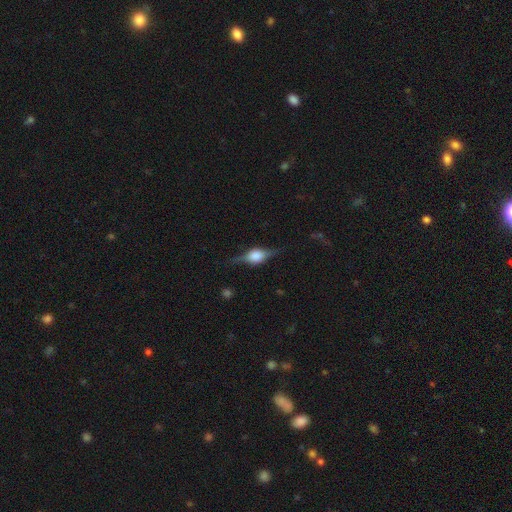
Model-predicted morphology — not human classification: smooth-or-featured: featured or disk: 77% | smooth: 15% | star or artifact: 8%
  disk-edge-on: yes: 96% | no: 4%
    edge-on-bulge: rounded: 88% | boxy: 11% | none: 1%
  merging: none: 81% | minor disturbance: 13% | major disturbance: 5% | merger: 1%